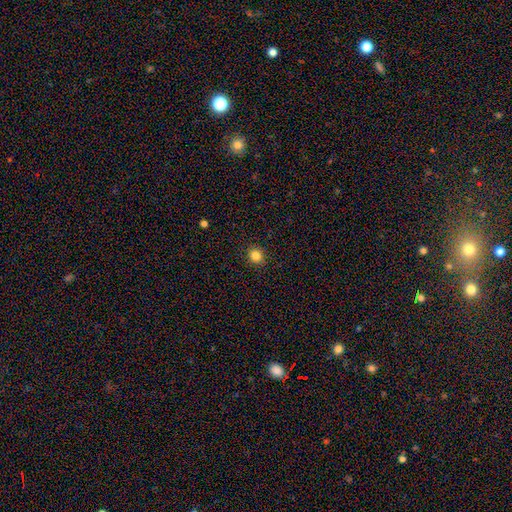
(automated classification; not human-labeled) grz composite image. It shows a smooth galaxy with no disk features (84%) that is round (84%). Merging: none (91%).